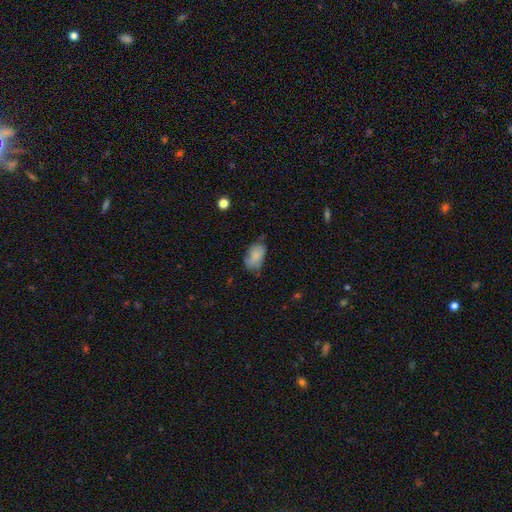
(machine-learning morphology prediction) smooth_or_featured: smooth (p=0.79) [alt: featured or disk p=0.13]
how_rounded: in between (p=0.90) [alt: round p=0.09]
merging: none (p=0.52) [alt: minor disturbance p=0.35]